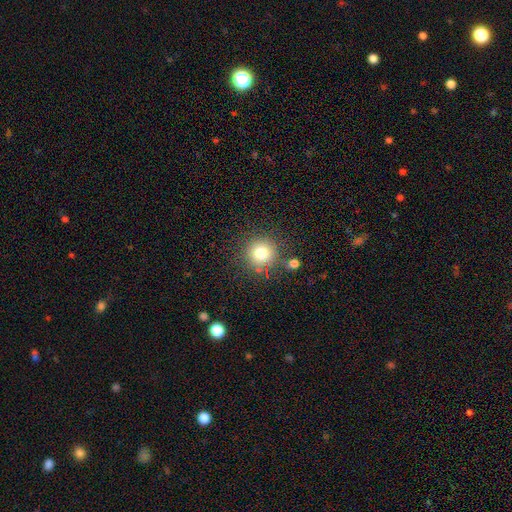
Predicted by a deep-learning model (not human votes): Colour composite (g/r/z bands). It shows a smooth galaxy with no disk features (78%) that is round (93%). Merging: none (83%).